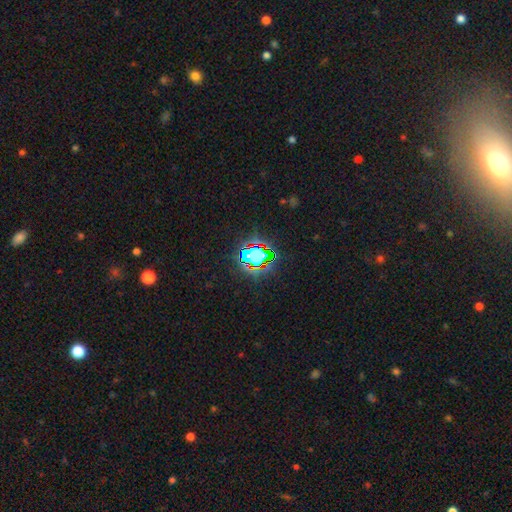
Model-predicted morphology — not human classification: type=star or artifact (64%).